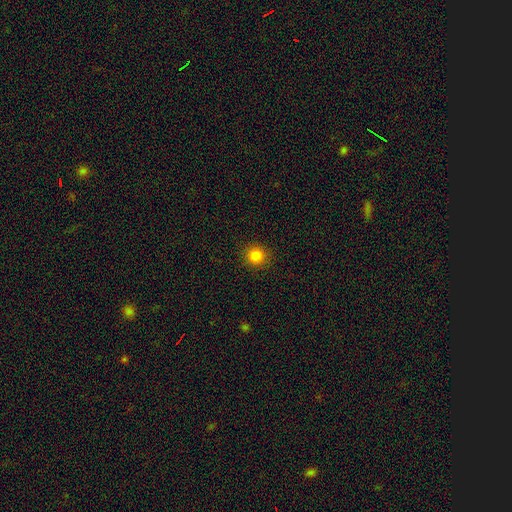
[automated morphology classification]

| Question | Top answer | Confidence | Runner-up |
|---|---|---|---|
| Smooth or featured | smooth | 84% | star or artifact (12%) |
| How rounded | round | 92% | in between (7%) |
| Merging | none | 91% | minor disturbance (6%) |